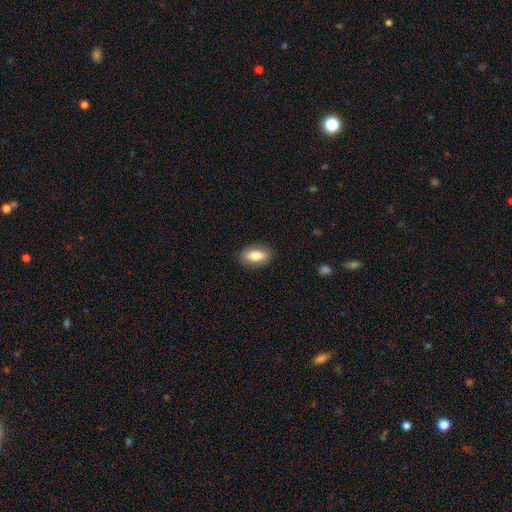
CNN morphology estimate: smooth_or_featured: smooth (p=0.76) [alt: featured or disk p=0.17]
how_rounded: in between (p=0.87) [alt: cigar-shaped p=0.07]
merging: none (p=0.87) [alt: minor disturbance p=0.10]